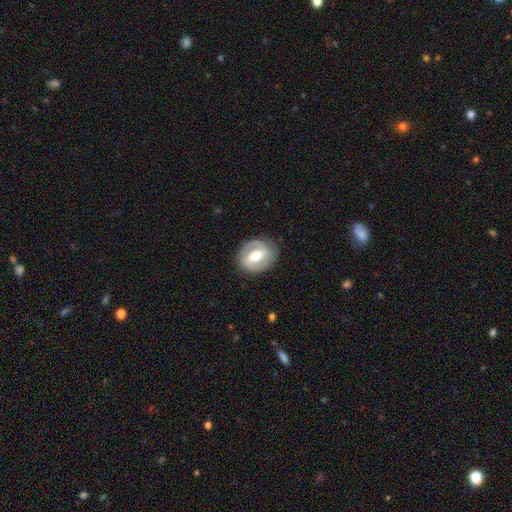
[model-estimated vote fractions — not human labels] Overall: featured or disk (66%; smooth 28%). Edge-on disk: no (95%). Bar: strong (42%; weak 39%). Spiral arms: yes (67%; no 33%). Bulge size: moderate (71%). Merging: none (82%).